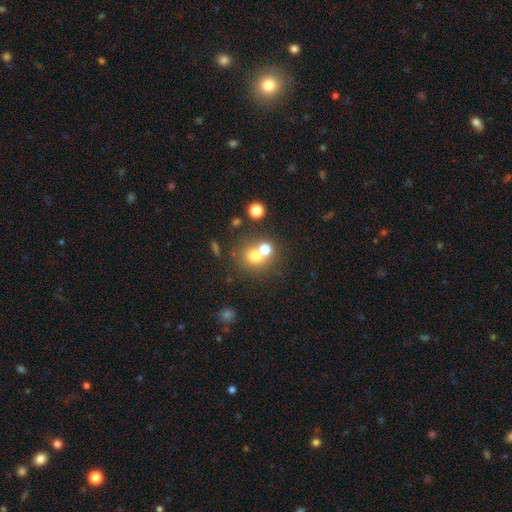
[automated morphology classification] type=smooth (68%); roundness=round (81%); merging=none (48%).